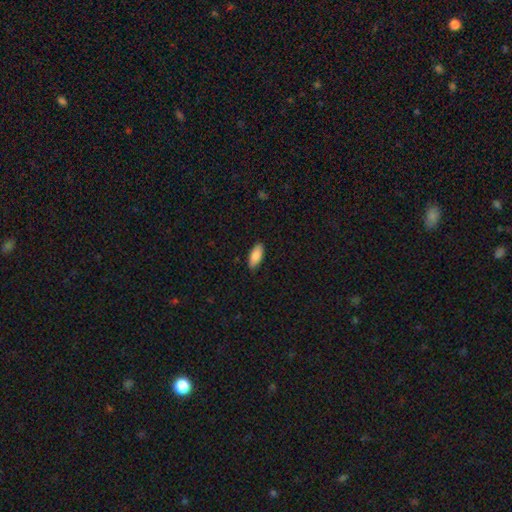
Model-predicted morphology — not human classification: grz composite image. It shows a smooth galaxy with no disk features (87%) that is in between round and cigar-shaped (85%). Merging: none (86%).